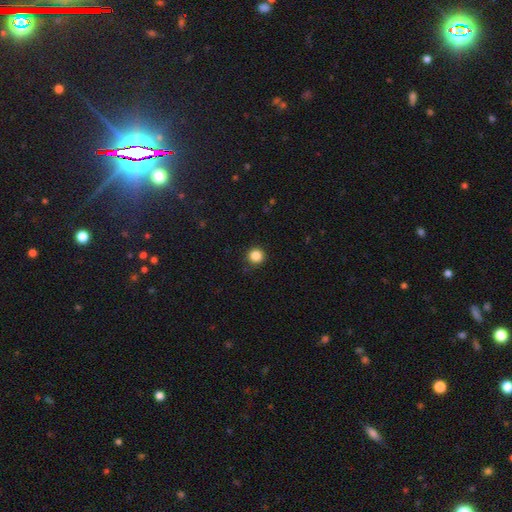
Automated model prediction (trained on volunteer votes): smooth_or_featured: smooth (p=0.86) [alt: star or artifact p=0.11]
how_rounded: round (p=0.95) [alt: in between p=0.04]
merging: none (p=0.91) [alt: minor disturbance p=0.06]